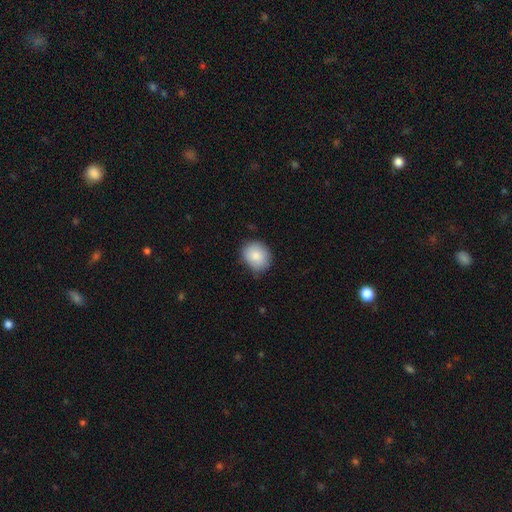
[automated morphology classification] Smooth or featured?
  - smooth: 85% *
  - featured or disk: 8%
  - star or artifact: 7%
How rounded?
  - round: 69% *
  - in between: 30%
  - cigar-shaped: 1%
Merging?
  - none: 75% *
  - minor disturbance: 21%
  - major disturbance: 3%
  - merger: 1%